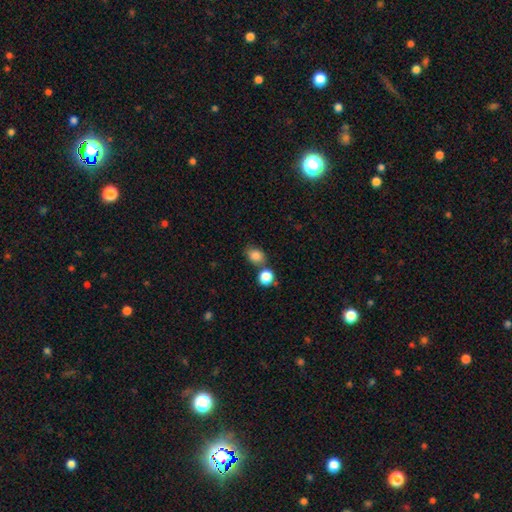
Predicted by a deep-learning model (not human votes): smooth_or_featured: smooth (p=0.84) [alt: star or artifact p=0.10]
how_rounded: in between (p=0.55) [alt: round p=0.44]
merging: none (p=0.64) [alt: merger p=0.19]